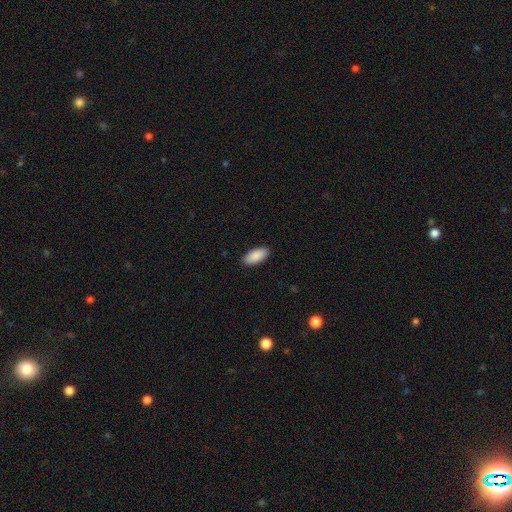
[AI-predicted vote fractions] smooth 91%, star or artifact 6%, featured or disk 4%. Down the decision tree: how rounded — in between (92%); merging — none (89%).